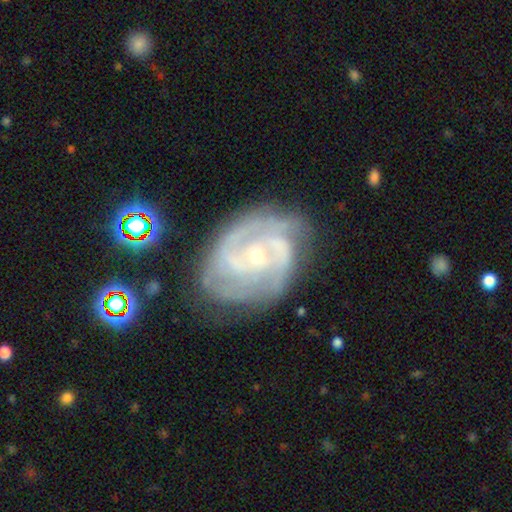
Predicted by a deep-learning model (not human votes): Smooth or featured: featured or disk — 88% (smooth — 6%)
Edge-on disk: no — 98% (yes — 2%)
Bar: no — 58% (weak — 33%)
Spiral arms: yes — 96% (no — 4%)
Spiral winding: tight — 52% (medium — 40%)
Spiral arm count: 2 — 44% (3 — 22%)
Bulge size: small — 72% (moderate — 25%)
Merging: none — 67% (minor disturbance — 22%)